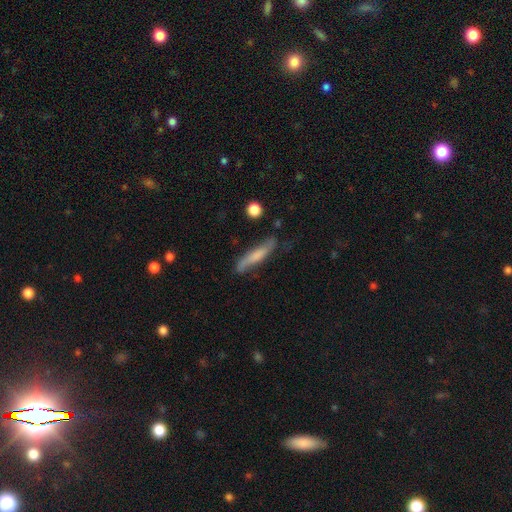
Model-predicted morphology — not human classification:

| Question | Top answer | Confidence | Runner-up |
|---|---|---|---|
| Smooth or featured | smooth | 54% | featured or disk (40%) |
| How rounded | cigar-shaped | 86% | in between (12%) |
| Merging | none | 68% | minor disturbance (23%) |